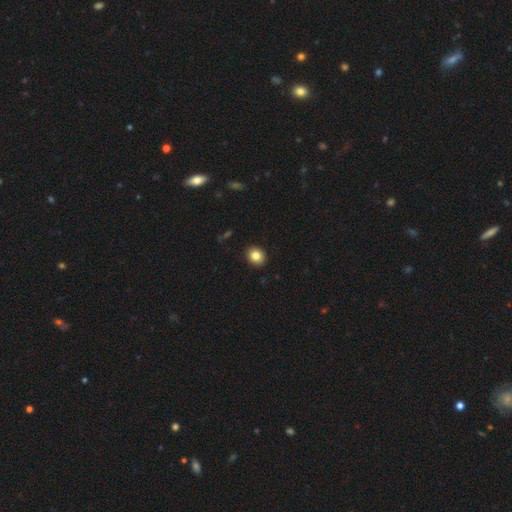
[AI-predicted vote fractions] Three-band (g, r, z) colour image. It shows a smooth galaxy with no disk features (84%) that is round (71%). Merging: none (92%).